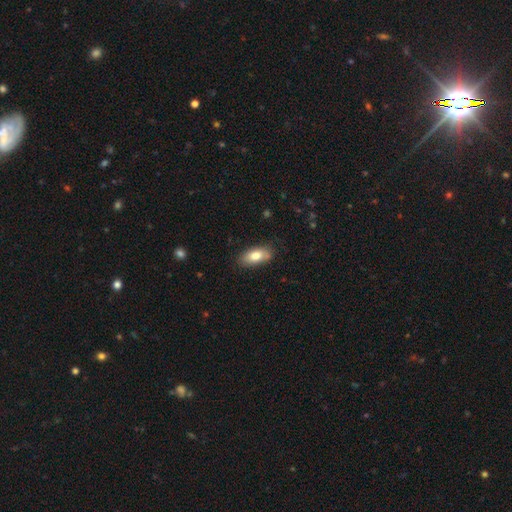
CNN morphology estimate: Smooth or featured? Predicted: smooth (p=0.78). How rounded? Predicted: in between (p=0.88). Merging? Predicted: none (p=0.81).